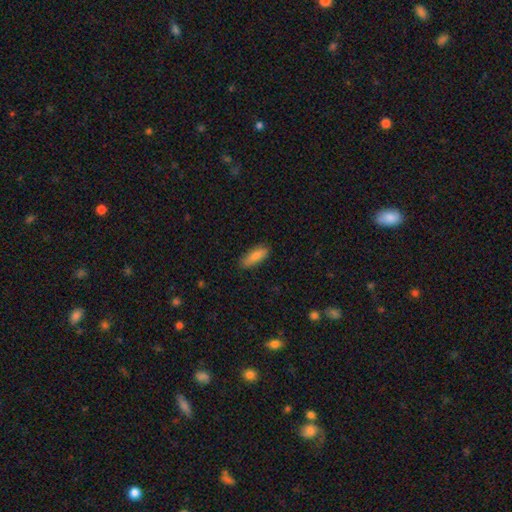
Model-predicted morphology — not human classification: smooth-or-featured: smooth: 82% | featured or disk: 11% | star or artifact: 7%
  how-rounded: in between: 66% | cigar-shaped: 32% | round: 2%
  merging: none: 86% | minor disturbance: 11% | major disturbance: 2% | merger: 1%